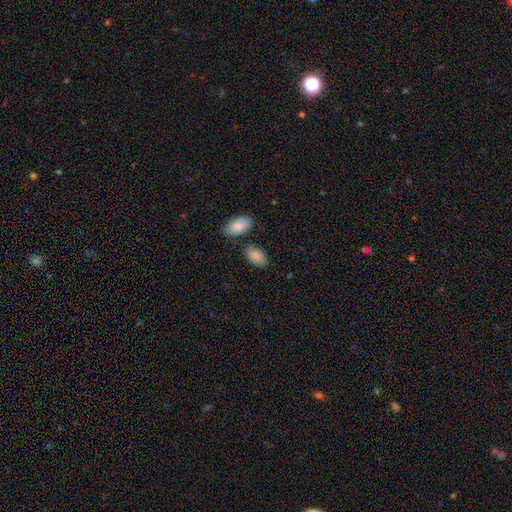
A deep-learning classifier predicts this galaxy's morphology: smooth 88%, star or artifact 7%, featured or disk 6%. Down the decision tree: how rounded — in between (93%); merging — none (71%).